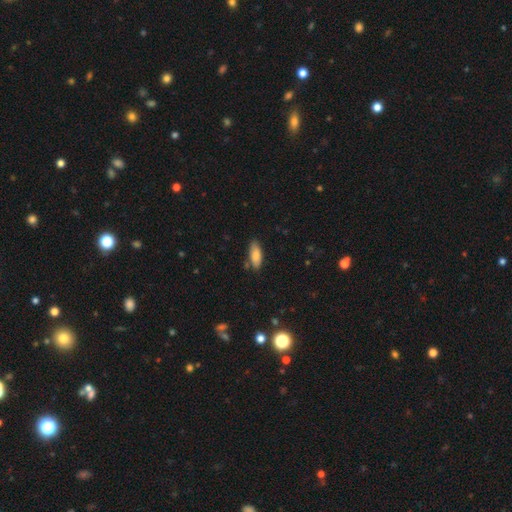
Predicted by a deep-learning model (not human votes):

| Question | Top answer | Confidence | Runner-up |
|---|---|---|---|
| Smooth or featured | smooth | 83% | featured or disk (10%) |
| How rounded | in between | 76% | cigar-shaped (22%) |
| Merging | none | 77% | minor disturbance (16%) |